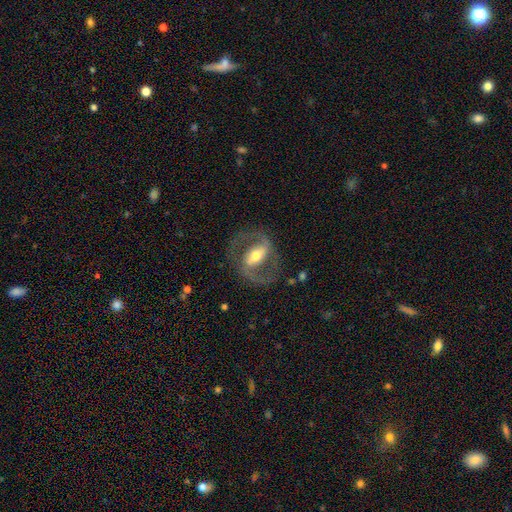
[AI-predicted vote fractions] This is clearly a featured or disk galaxy (86%). It is clearly not viewed edge-on (96%). Bar: possibly strong (54%). Spiral arm pattern: clearly yes (90%). Spiral arm count: clearly 2 (92%). Spiral winding: possibly medium (59%). Central bulge: likely moderate (65%). Merging: likely none (77%).